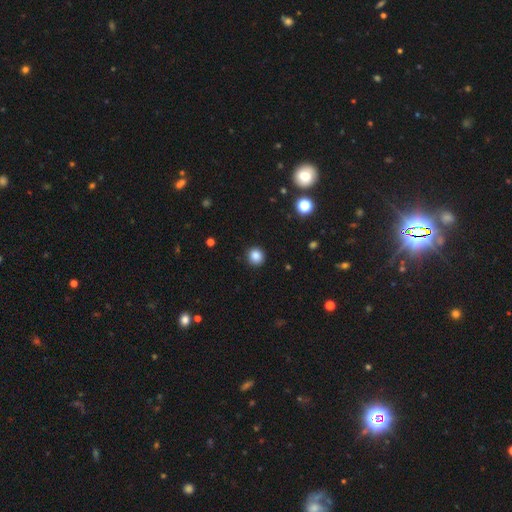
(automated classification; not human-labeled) This appears to be a smooth galaxy with no disk features (85%) that is round (92%). Merging: none (91%).